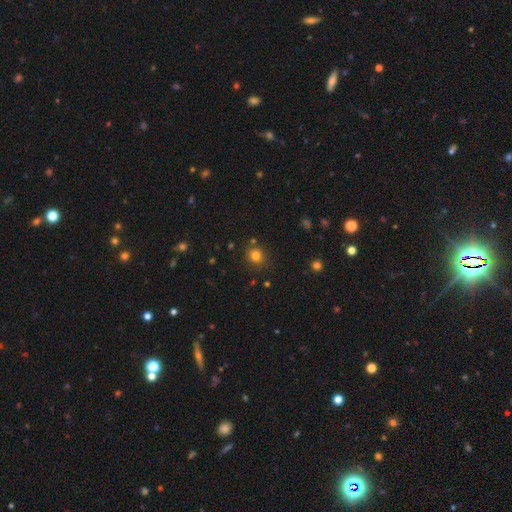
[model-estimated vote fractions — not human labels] Overall: smooth (80%). How rounded: round (87%). Merging: none (84%).